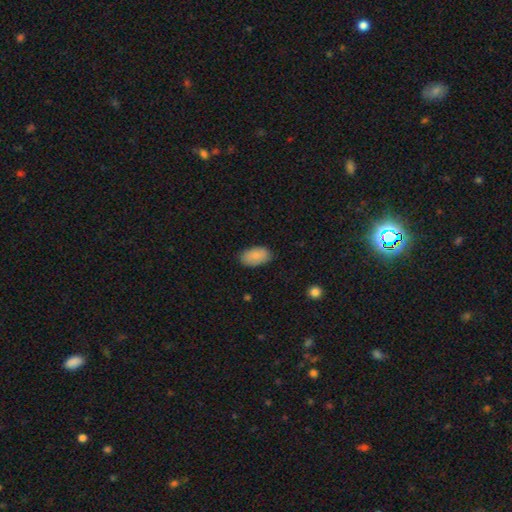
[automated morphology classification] Overall: smooth (87%). How rounded: in between (94%). Merging: none (83%).